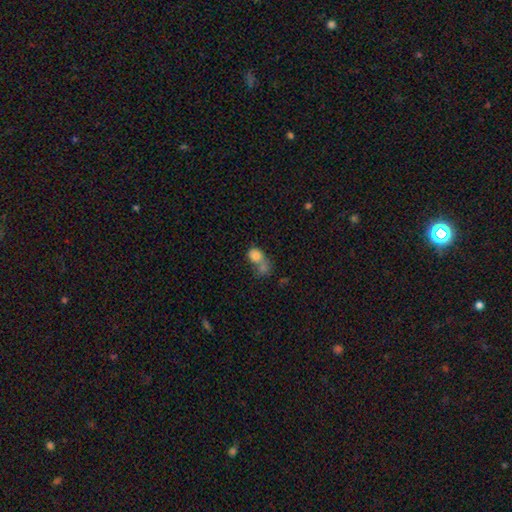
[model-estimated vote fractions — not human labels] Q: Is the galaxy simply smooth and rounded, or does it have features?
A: smooth — 77%.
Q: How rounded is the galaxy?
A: in between — 50%.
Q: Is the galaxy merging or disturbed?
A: merger — 62%.